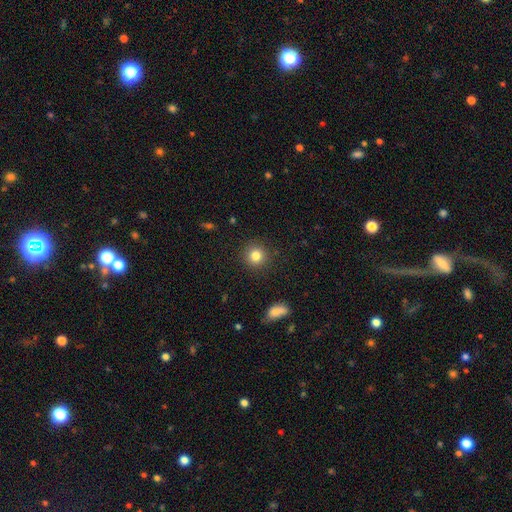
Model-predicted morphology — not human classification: Overall: smooth (82%). How rounded: round (93%). Merging: none (91%).